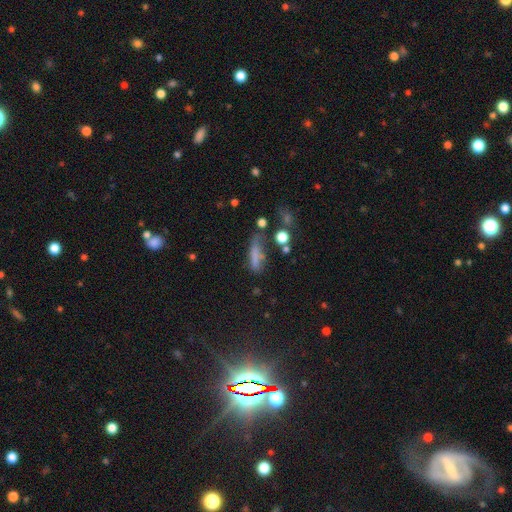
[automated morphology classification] A smooth galaxy with no disk features (65%) that is cigar-shaped (61%). Merging: none (38%).